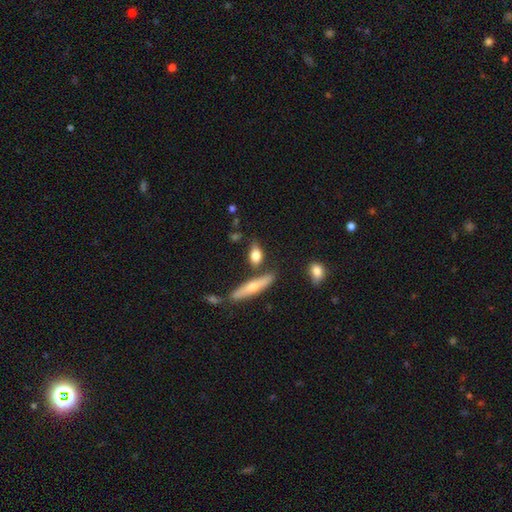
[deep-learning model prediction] Smooth or featured? Predicted: smooth (p=0.71). How rounded? Predicted: in between (p=0.67). Merging? Predicted: none (p=0.67).